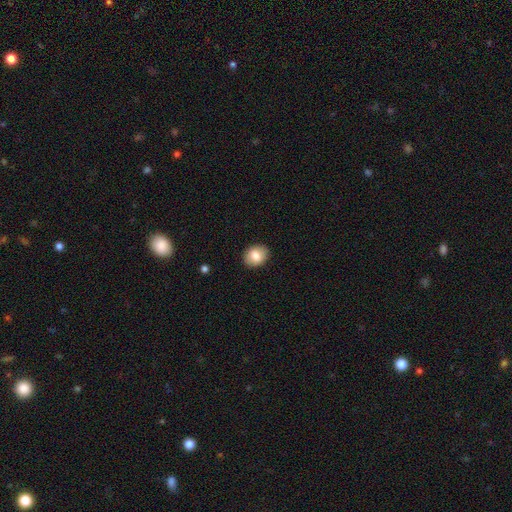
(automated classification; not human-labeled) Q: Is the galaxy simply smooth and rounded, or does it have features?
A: smooth — 82%.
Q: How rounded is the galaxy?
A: in between — 50%.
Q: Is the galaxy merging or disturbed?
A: none — 90%.